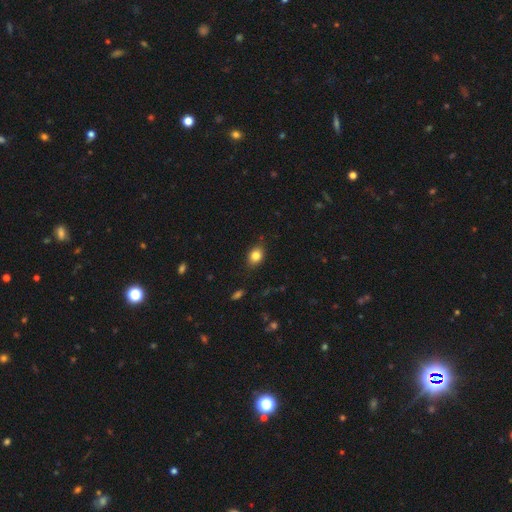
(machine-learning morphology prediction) Smooth or featured: smooth — 83% (star or artifact — 10%)
How rounded: in between — 58% (round — 40%)
Merging: none — 82% (minor disturbance — 14%)